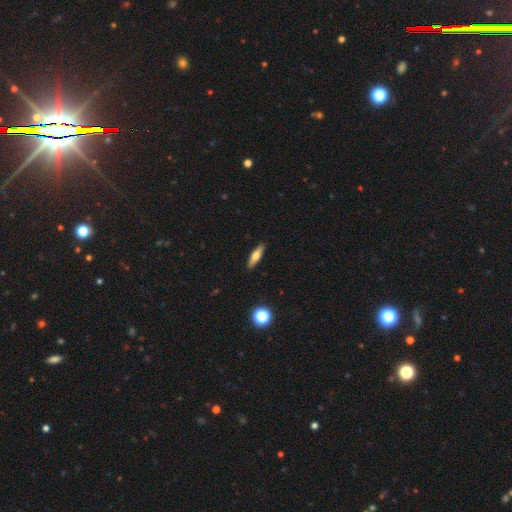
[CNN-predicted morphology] smooth_or_featured: smooth (p=0.59) [alt: featured or disk p=0.34]
how_rounded: cigar-shaped (p=0.63) [alt: in between p=0.35]
merging: none (p=0.90) [alt: minor disturbance p=0.08]